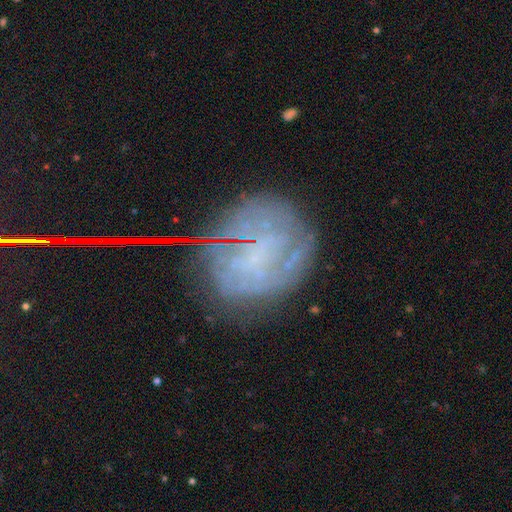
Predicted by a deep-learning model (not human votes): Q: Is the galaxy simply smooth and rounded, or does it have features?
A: featured or disk — 57%.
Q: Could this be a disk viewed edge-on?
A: no — 97%.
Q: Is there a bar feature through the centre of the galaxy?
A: no — 73%.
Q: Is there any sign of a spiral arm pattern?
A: yes — 52%.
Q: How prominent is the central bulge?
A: none — 69%.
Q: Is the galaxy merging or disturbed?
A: none — 66%.